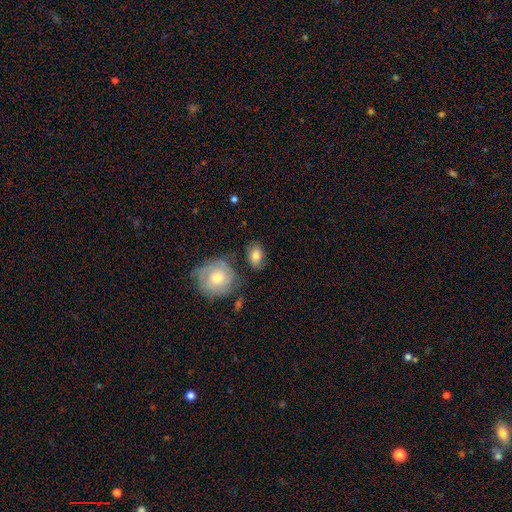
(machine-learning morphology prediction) Smooth or featured? Predicted: smooth (p=0.76). How rounded? Predicted: in between (p=0.72). Merging? Predicted: none (p=0.71).